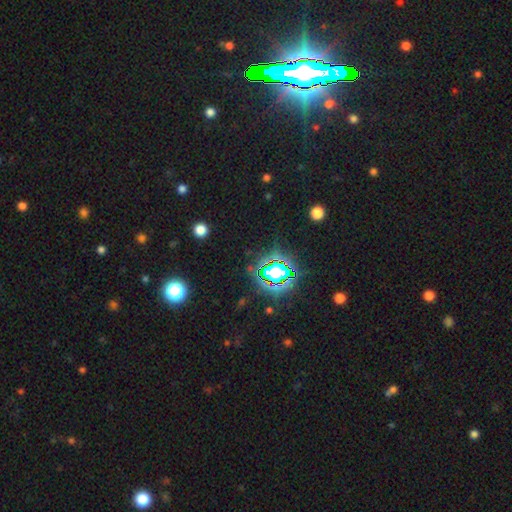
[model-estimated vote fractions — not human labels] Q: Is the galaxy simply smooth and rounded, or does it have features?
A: star or artifact — 81%.